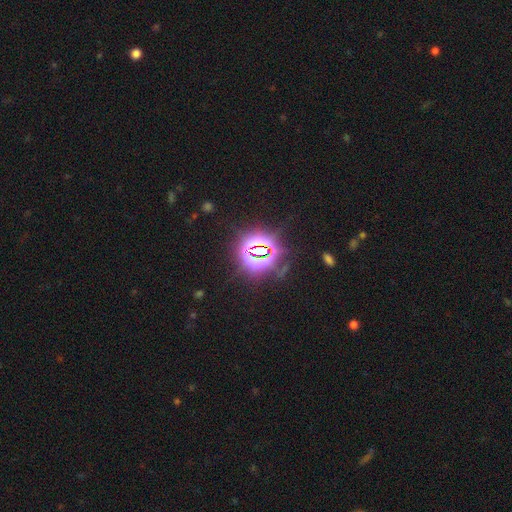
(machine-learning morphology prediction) Smooth or featured? Predicted: star or artifact (p=0.82).